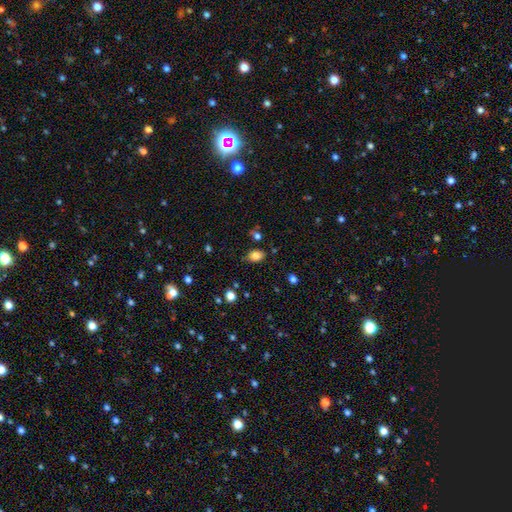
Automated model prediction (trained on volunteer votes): smooth-or-featured: smooth: 82% | star or artifact: 11% | featured or disk: 7%
  how-rounded: in between: 78% | round: 21% | cigar-shaped: 1%
  merging: none: 79% | minor disturbance: 14% | merger: 3% | major disturbance: 3%